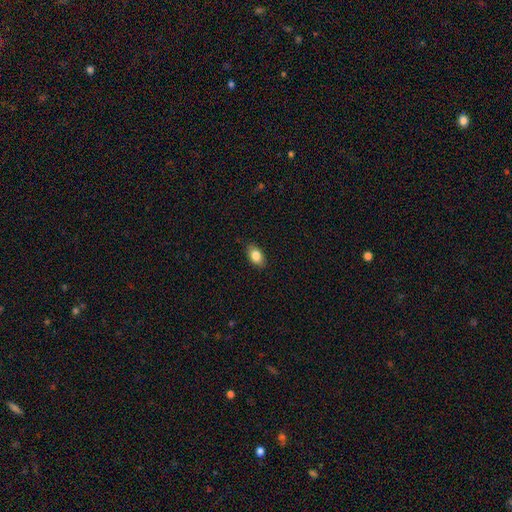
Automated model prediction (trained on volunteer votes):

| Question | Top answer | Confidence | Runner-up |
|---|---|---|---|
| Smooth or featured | smooth | 83% | featured or disk (9%) |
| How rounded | in between | 88% | round (9%) |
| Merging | none | 86% | minor disturbance (11%) |